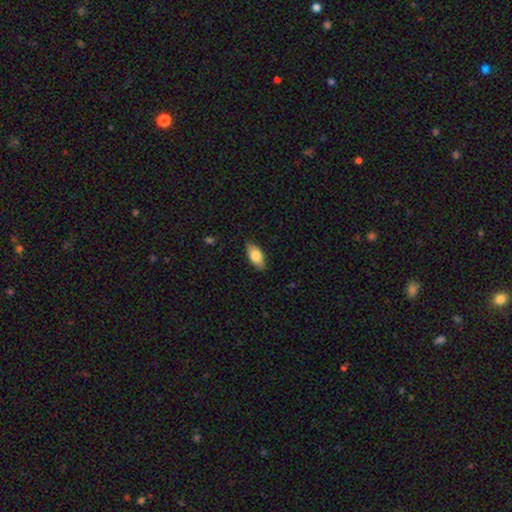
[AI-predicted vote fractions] smooth_or_featured: smooth (p=0.77) [alt: featured or disk p=0.17]
how_rounded: in between (p=0.89) [alt: cigar-shaped p=0.08]
merging: none (p=0.86) [alt: minor disturbance p=0.11]